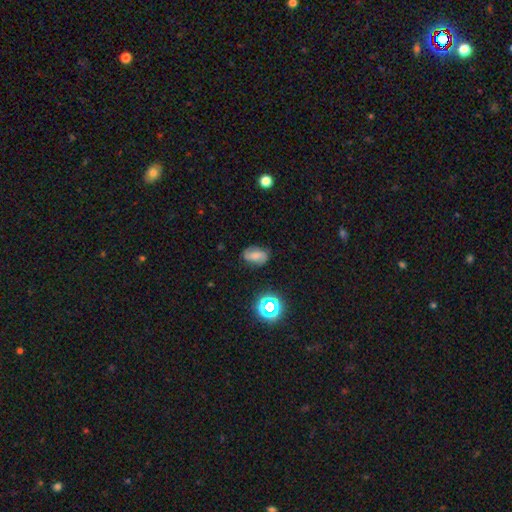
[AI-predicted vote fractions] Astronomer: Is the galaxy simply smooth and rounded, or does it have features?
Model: featured or disk — 45% (runner-up: smooth, 40%).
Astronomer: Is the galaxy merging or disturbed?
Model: none — 76%.